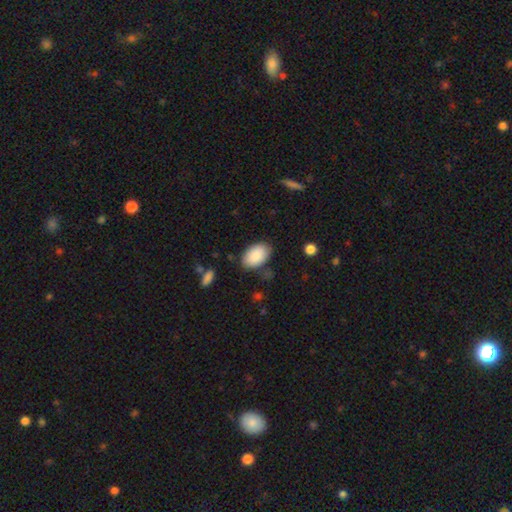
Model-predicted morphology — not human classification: type=smooth (89%); roundness=in between (92%); merging=none (80%).